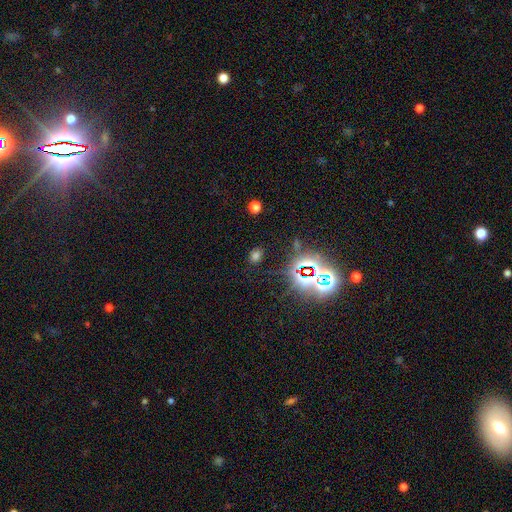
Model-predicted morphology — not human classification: Smooth or featured?
  - smooth: 56% *
  - star or artifact: 37%
  - featured or disk: 7%
How rounded?
  - in between: 65% *
  - round: 33%
  - cigar-shaped: 2%
Merging?
  - none: 82% *
  - minor disturbance: 11%
  - major disturbance: 5%
  - merger: 3%